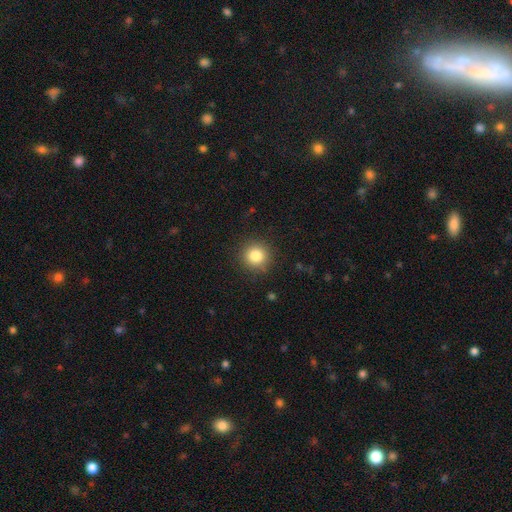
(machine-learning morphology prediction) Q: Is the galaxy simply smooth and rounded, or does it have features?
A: smooth — 83%.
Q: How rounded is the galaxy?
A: round — 94%.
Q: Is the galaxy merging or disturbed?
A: none — 90%.